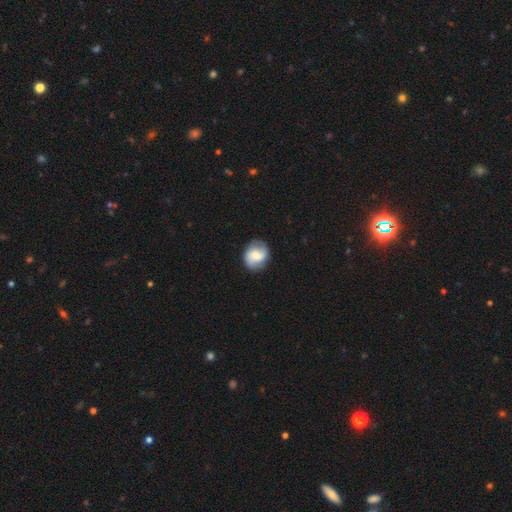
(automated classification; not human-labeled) smooth-or-featured: featured or disk: 52% | smooth: 41% | star or artifact: 7%
  disk-edge-on: no: 97% | yes: 3%
    bar: weak: 46% | no: 40% | strong: 15%
    has-spiral-arms: yes: 87% | no: 13%
    bulge-size: moderate: 47% | small: 37% | large: 9% | none: 6% | dominant: 2%
  merging: none: 81% | minor disturbance: 13% | major disturbance: 4% | merger: 1%